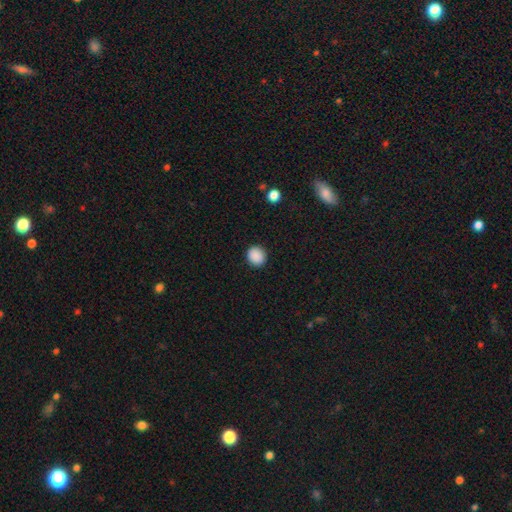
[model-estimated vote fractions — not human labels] Smooth or featured?
  - smooth: 89% *
  - star or artifact: 8%
  - featured or disk: 2%
How rounded?
  - round: 81% *
  - in between: 18%
  - cigar-shaped: 1%
Merging?
  - none: 91% *
  - minor disturbance: 6%
  - major disturbance: 2%
  - merger: 1%